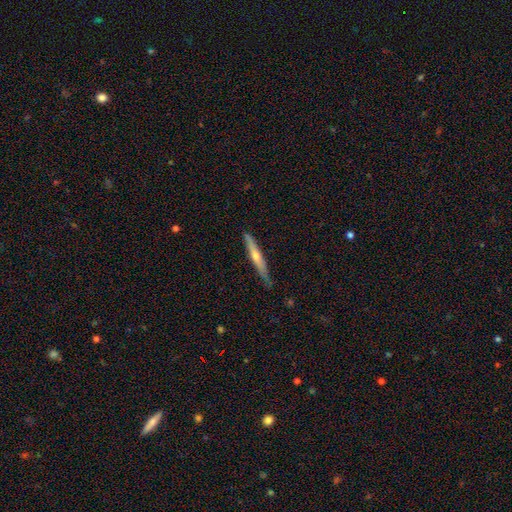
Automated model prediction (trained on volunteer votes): Morphology: type=featured or disk (66%); edge-on=yes (96%); edge-on bulge=rounded (81%); merging=none (87%).